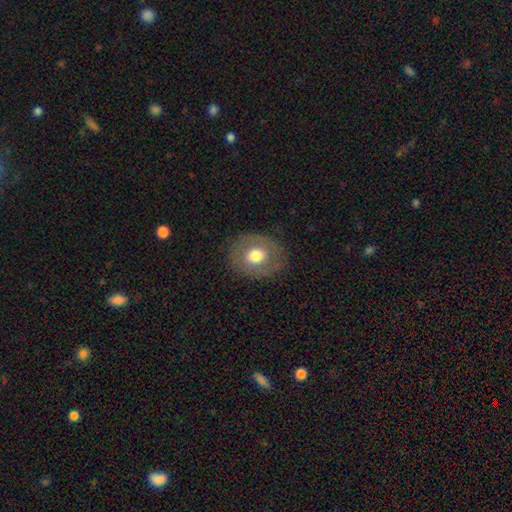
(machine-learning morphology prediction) smooth-or-featured: smooth: 66% | featured or disk: 26% | star or artifact: 8%
  how-rounded: round: 56% | in between: 43% | cigar-shaped: 1%
  merging: none: 83% | minor disturbance: 11% | major disturbance: 5% | merger: 1%